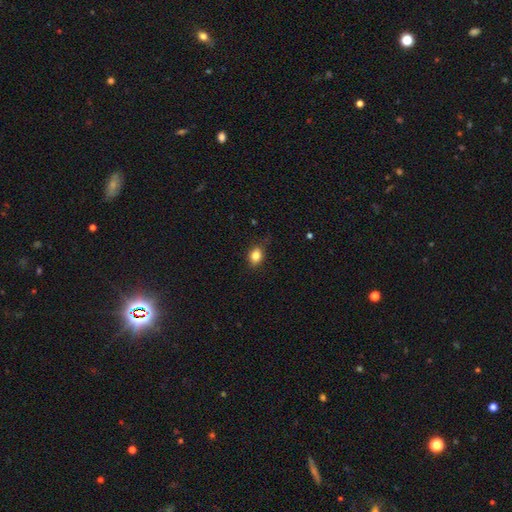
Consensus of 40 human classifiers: A smooth galaxy with no disk features (88%) that is in between round and cigar-shaped (66%). Merging: none (71%).